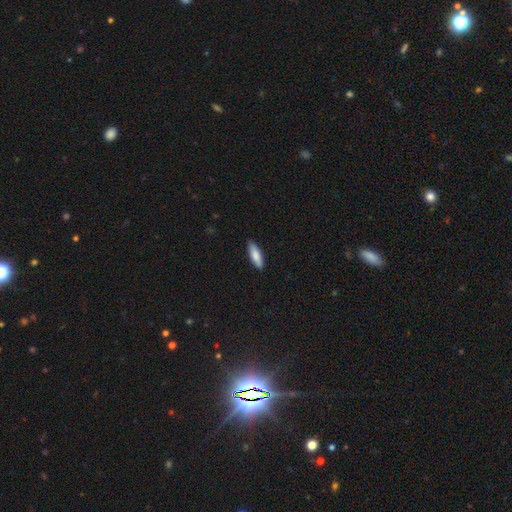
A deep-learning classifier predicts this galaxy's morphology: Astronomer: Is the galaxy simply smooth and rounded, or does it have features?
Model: smooth — 82%.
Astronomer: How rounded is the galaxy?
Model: cigar-shaped — 55% (runner-up: in between, 44%).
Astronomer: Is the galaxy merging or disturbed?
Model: none — 87%.